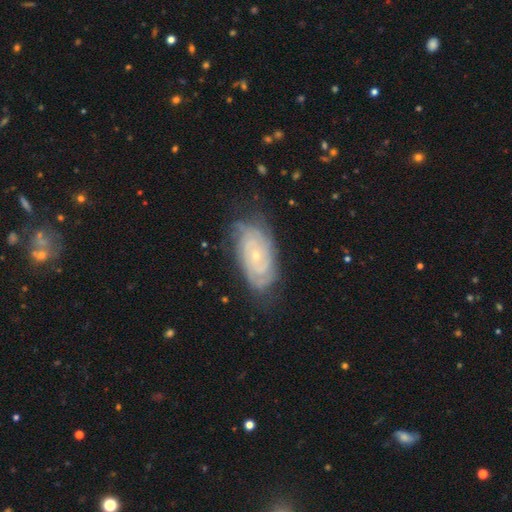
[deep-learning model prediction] Smooth or featured? Predicted: featured or disk (p=0.72). Edge-on disk? Predicted: no (p=0.93). Bar? Predicted: no (p=0.78). Spiral arms? Predicted: yes (p=0.91). Spiral winding? Predicted: tight (p=0.73). Spiral arm count? Predicted: can't tell (p=0.46). Bulge size? Predicted: small (p=0.76). Merging? Predicted: none (p=0.75).